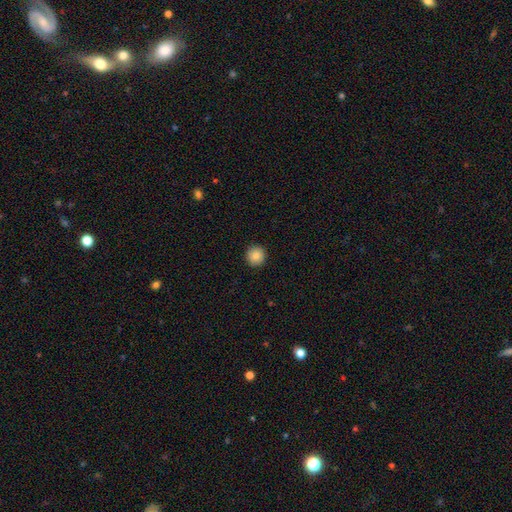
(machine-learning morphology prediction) This is clearly a smooth galaxy (86%). How rounded: clearly round (94%). Merging: clearly none (93%).